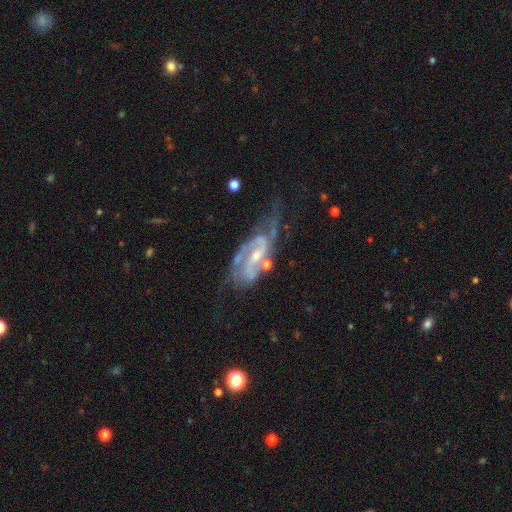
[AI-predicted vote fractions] Overall: featured or disk (89%). Edge-on disk: no (94%). Bar: weak (47%; strong 28%). Spiral arms: yes (97%). Spiral arm count: 2 (82%). Spiral winding: medium (51%; tight 29%). Bulge size: small (57%; moderate 36%). Merging: none (47%; minor disturbance 26%).